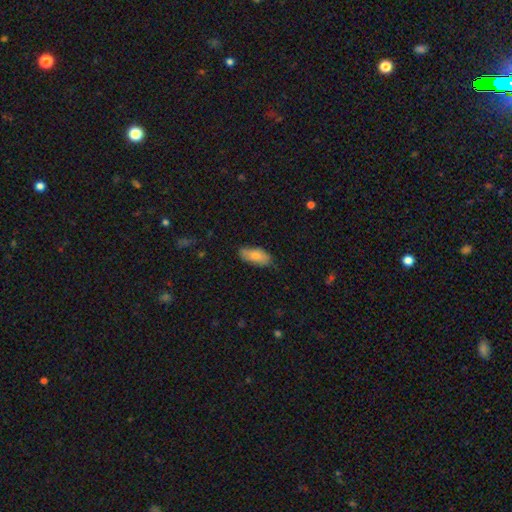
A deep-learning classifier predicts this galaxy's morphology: Q: Smooth or featured?
A: smooth (78%); runner-up: featured or disk (16%)
Q: How rounded?
A: in between (87%); runner-up: cigar-shaped (11%)
Q: Merging?
A: none (75%); runner-up: minor disturbance (21%)